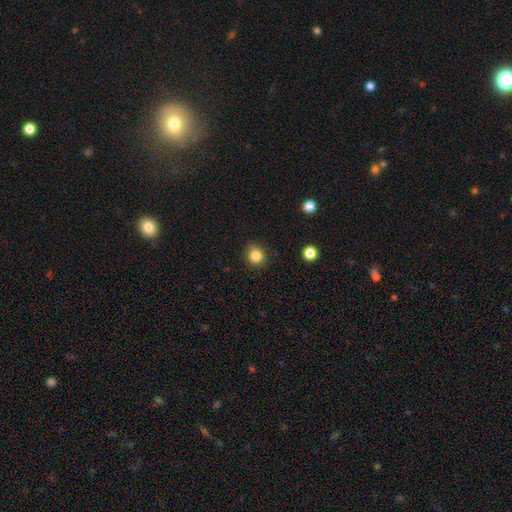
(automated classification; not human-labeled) Smooth or featured: smooth — 83% (star or artifact — 11%)
How rounded: round — 82% (in between — 17%)
Merging: none — 86% (minor disturbance — 11%)